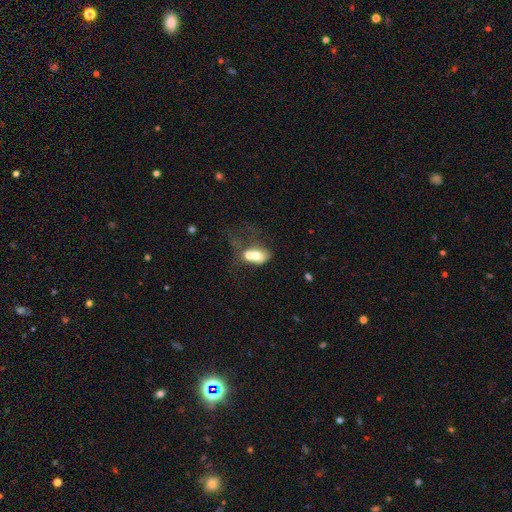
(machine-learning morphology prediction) This is possibly a smooth galaxy (60%). How rounded: likely in between (70%). Merging: likely merger (65%).